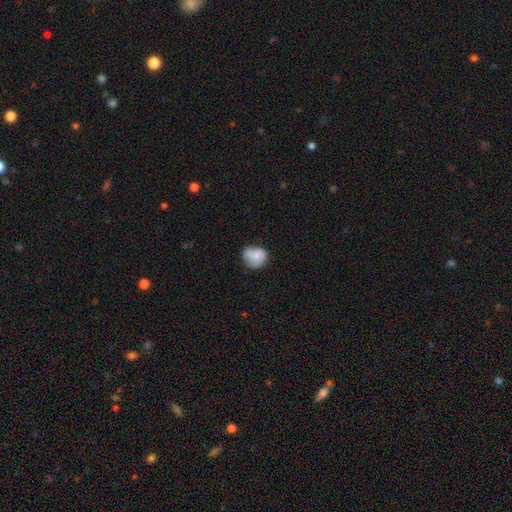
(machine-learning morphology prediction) type=smooth (70%); roundness=round (67%); merging=none (47%).